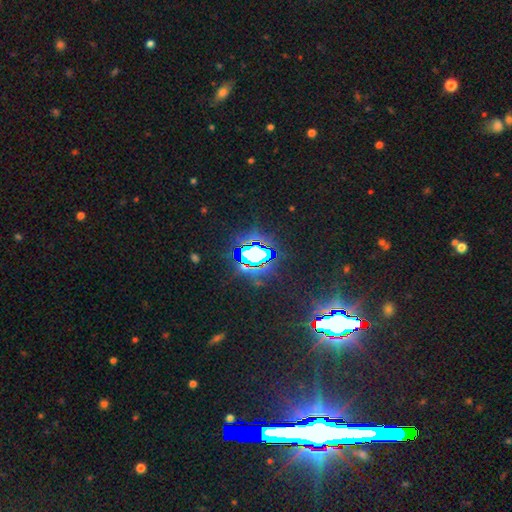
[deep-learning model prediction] This appears to be a star or artifact, not a galaxy (72%).